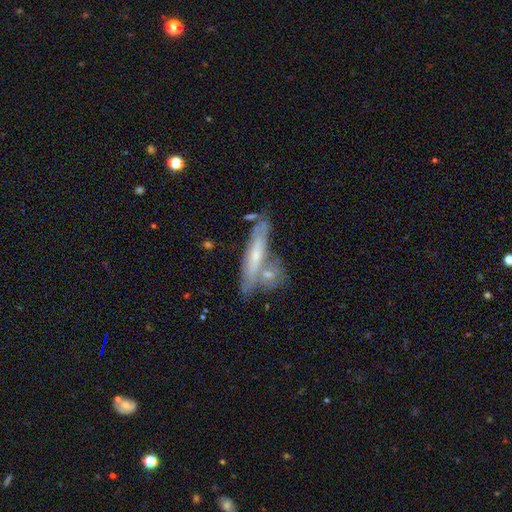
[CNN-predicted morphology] Smooth or featured: featured or disk — 56% (smooth — 37%)
Edge-on disk: yes — 67% (no — 33%)
Merging: none — 53% (merger — 25%)